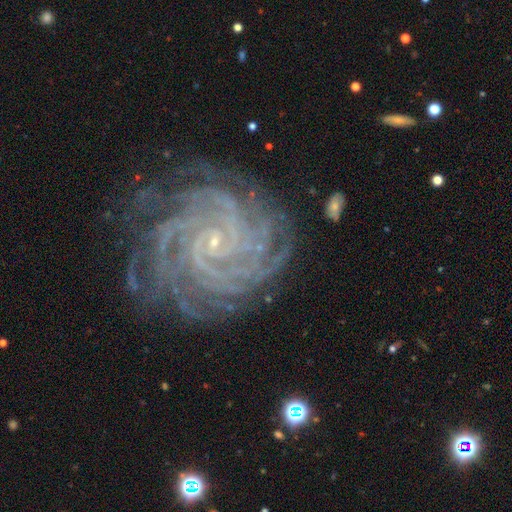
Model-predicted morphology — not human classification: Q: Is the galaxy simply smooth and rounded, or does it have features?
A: featured or disk — 90%.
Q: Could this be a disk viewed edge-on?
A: no — 98%.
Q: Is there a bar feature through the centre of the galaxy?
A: no — 59%.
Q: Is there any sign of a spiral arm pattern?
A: yes — 99%.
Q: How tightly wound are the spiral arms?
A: tight — 84%.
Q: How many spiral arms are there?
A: more than 4 — 40%.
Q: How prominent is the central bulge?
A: small — 89%.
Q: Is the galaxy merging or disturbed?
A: none — 82%.